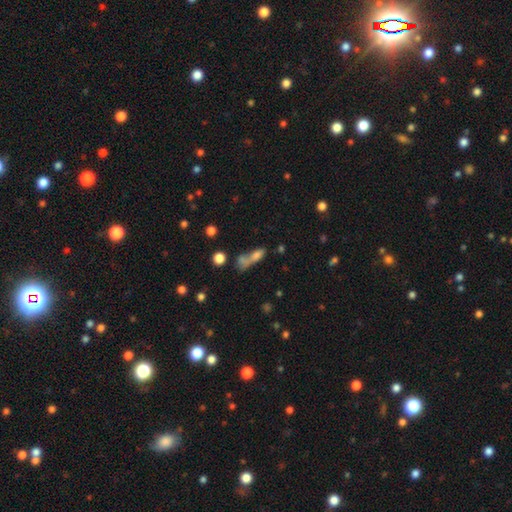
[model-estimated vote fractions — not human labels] smooth-or-featured: smooth: 70% | featured or disk: 16% | star or artifact: 14%
  how-rounded: in between: 56% | cigar-shaped: 29% | round: 14%
  merging: merger: 47% | none: 30% | major disturbance: 12% | minor disturbance: 11%